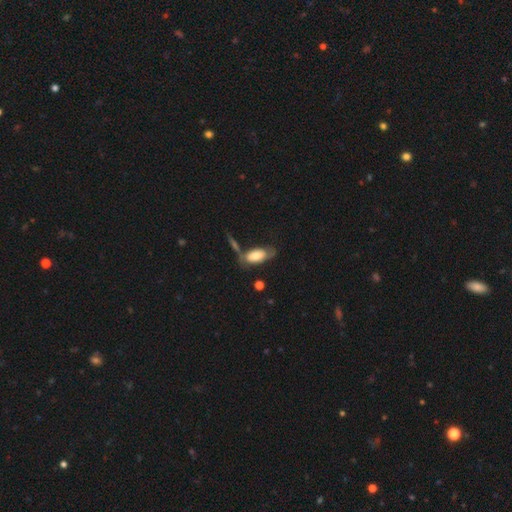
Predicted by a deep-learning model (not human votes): Overall: smooth (64%; featured or disk 29%). How rounded: in between (87%). Merging: none (46%; minor disturbance 24%).